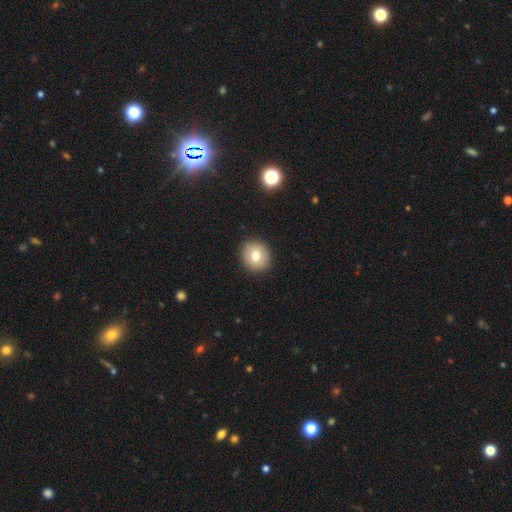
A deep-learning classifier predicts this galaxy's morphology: type=smooth (77%); roundness=round (76%); merging=none (90%).